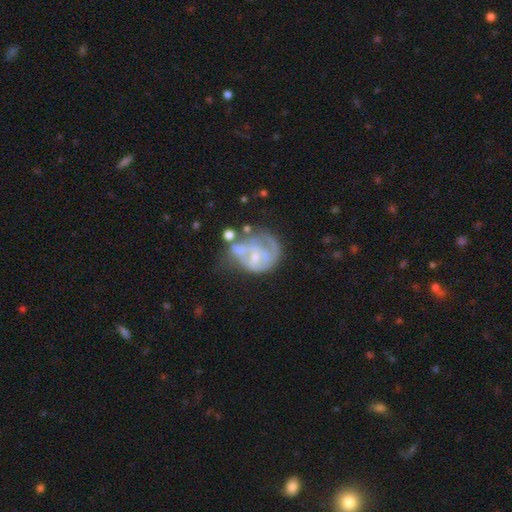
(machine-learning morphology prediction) Smooth or featured: featured or disk — 70% (smooth — 22%)
Edge-on disk: no — 98% (yes — 2%)
Bar: no — 66% (weak — 29%)
Spiral arms: yes — 64% (no — 36%)
Bulge size: small — 57% (moderate — 30%)
Merging: major disturbance — 35% (none — 25%)